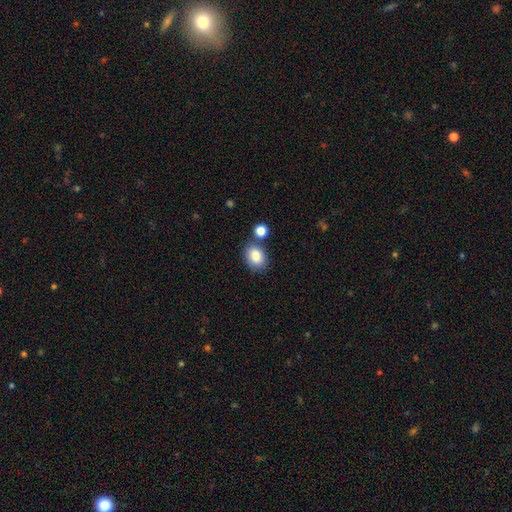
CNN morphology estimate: Smooth or featured: smooth — 85% (star or artifact — 8%)
How rounded: in between — 69% (round — 30%)
Merging: none — 71% (minor disturbance — 13%)